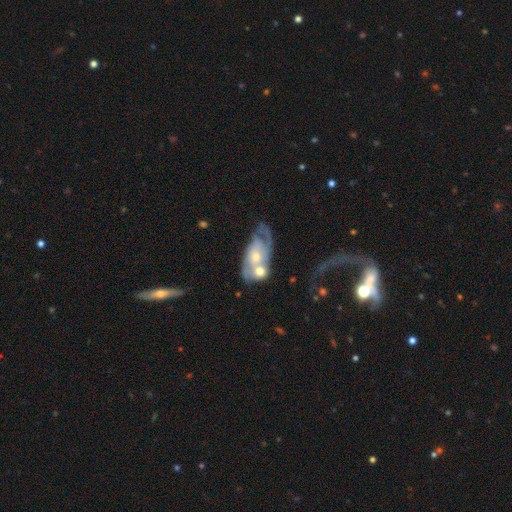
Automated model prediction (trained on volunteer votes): Smooth or featured? featured or disk (65%)
Edge-on disk? no (94%)
Bar? no (74%)
Spiral arms? yes (70%)
Bulge size? small (49%)
Merging? merger (50%)